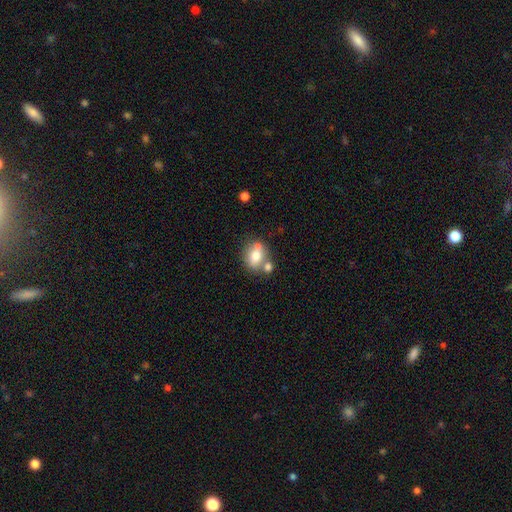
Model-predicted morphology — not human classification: Overall: smooth (69%). How rounded: in between (57%; round 42%). Merging: none (55%; merger 26%).